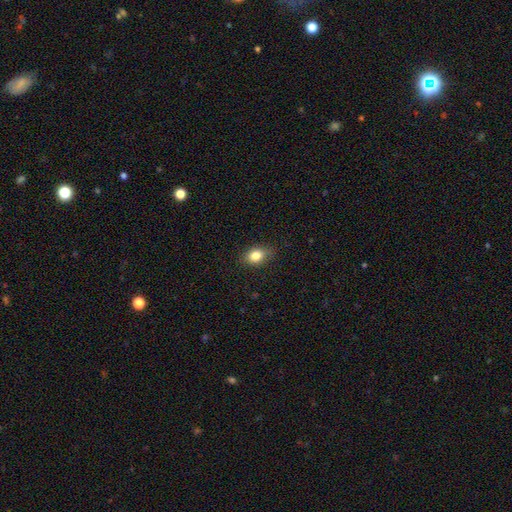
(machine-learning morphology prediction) type=smooth (82%); roundness=in between (74%); merging=none (83%).